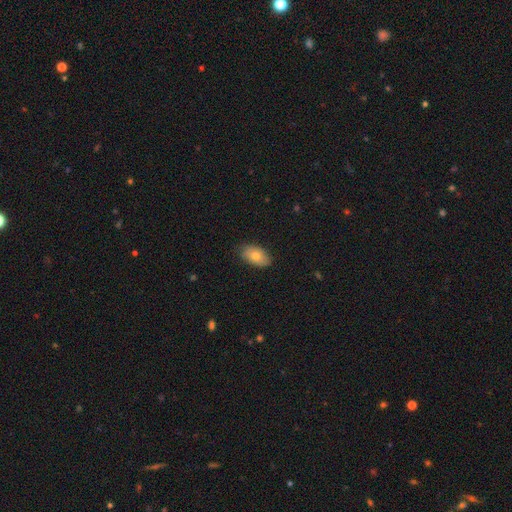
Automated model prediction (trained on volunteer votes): Smooth or featured? smooth (73%)
How rounded? in between (92%)
Merging? none (80%)